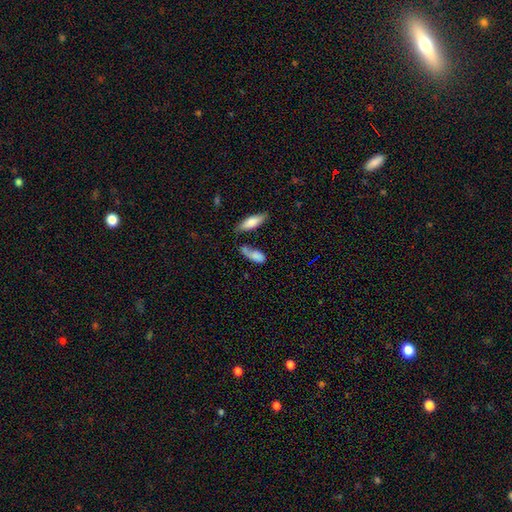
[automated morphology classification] Smooth or featured: smooth — 78% (featured or disk — 14%)
How rounded: in between — 74% (cigar-shaped — 22%)
Merging: none — 37% (merger — 34%)